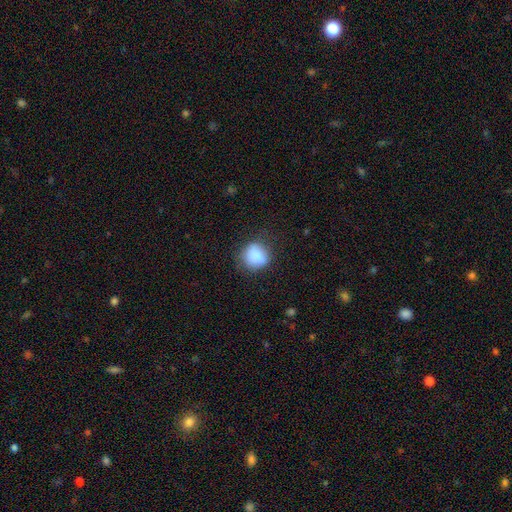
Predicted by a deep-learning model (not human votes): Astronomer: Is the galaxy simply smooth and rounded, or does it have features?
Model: smooth — 84%.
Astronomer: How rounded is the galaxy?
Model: round — 71%.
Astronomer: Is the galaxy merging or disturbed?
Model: none — 69%.